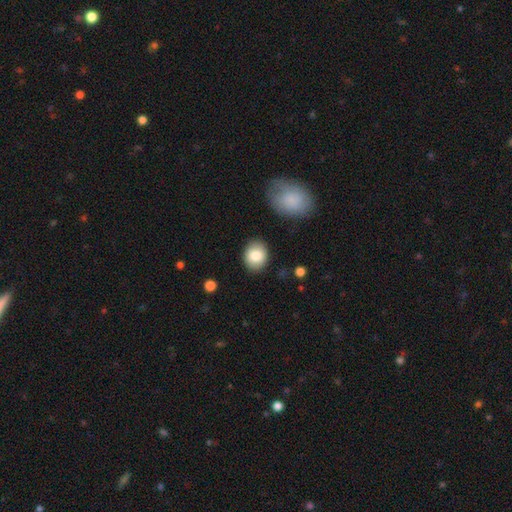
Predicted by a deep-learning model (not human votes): Q: Smooth or featured?
A: smooth (83%); runner-up: featured or disk (9%)
Q: How rounded?
A: round (55%); runner-up: in between (44%)
Q: Merging?
A: none (87%); runner-up: minor disturbance (9%)